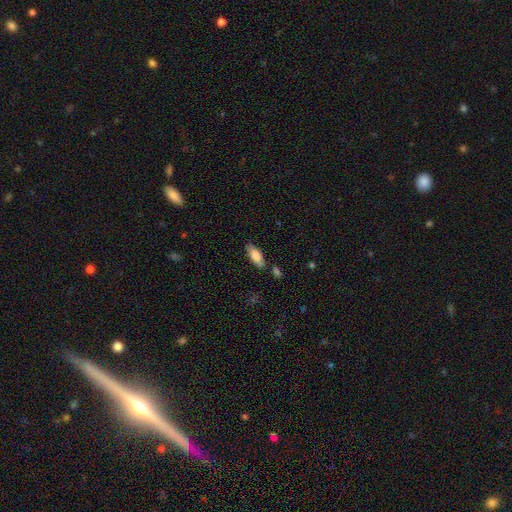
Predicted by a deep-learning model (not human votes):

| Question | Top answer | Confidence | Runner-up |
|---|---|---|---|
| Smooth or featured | smooth | 79% | featured or disk (14%) |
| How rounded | in between | 77% | cigar-shaped (21%) |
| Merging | none | 75% | minor disturbance (15%) |